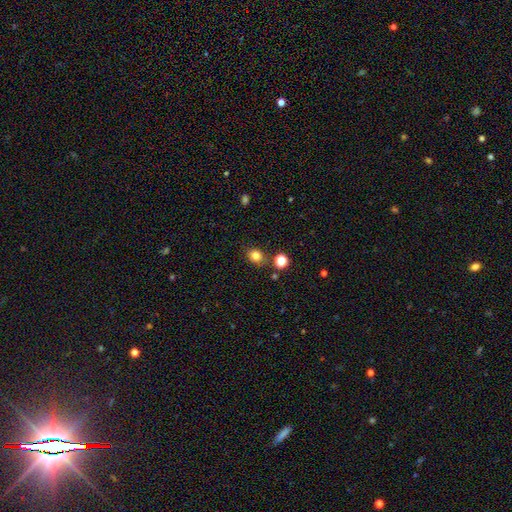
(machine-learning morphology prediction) smooth_or_featured: smooth (p=0.80) [alt: star or artifact p=0.14]
how_rounded: round (p=0.64) [alt: in between p=0.35]
merging: none (p=0.80) [alt: minor disturbance p=0.11]